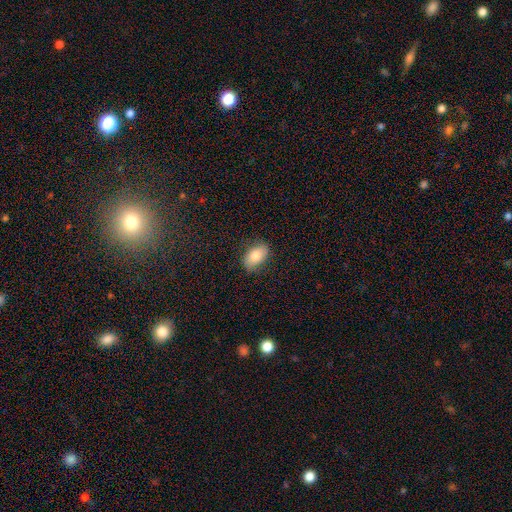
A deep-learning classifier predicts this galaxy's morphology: smooth 80%, featured or disk 13%, star or artifact 7%. Down the decision tree: how rounded — in between (91%); merging — none (81%).